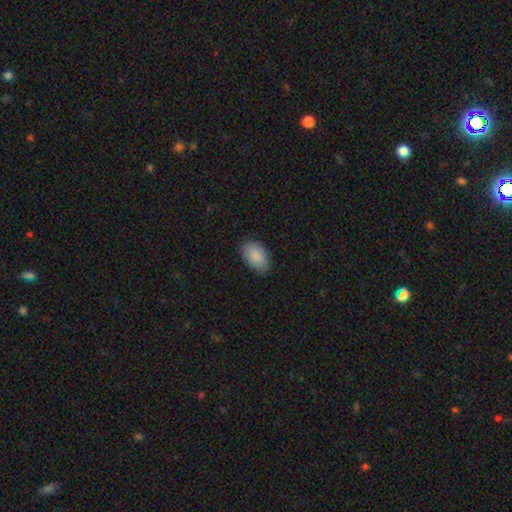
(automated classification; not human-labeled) Q: Smooth or featured?
A: smooth (88%); runner-up: star or artifact (6%)
Q: How rounded?
A: in between (92%); runner-up: round (7%)
Q: Merging?
A: none (83%); runner-up: minor disturbance (14%)